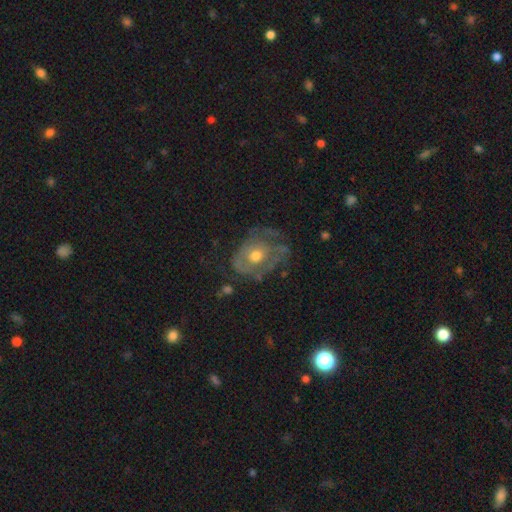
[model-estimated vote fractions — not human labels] Smooth or featured? featured or disk (65%)
Edge-on disk? no (96%)
Bar? no (85%)
Spiral arms? yes (53%)
Bulge size? moderate (73%)
Merging? none (41%)